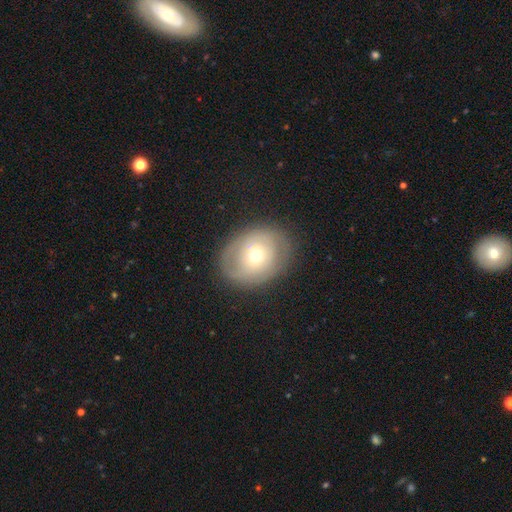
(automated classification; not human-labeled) smooth-or-featured: featured or disk: 46% (tied) | smooth: 46% (tied) | star or artifact: 8%
  merging: none: 79% | minor disturbance: 13% | major disturbance: 6% | merger: 1%